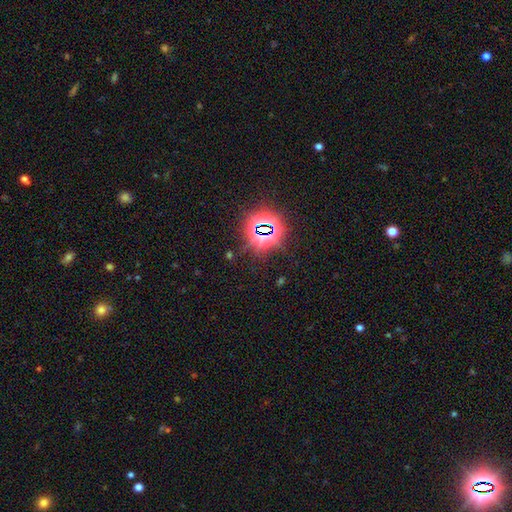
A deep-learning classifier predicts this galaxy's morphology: smooth-or-featured: star or artifact: 82% | smooth: 11% | featured or disk: 7%